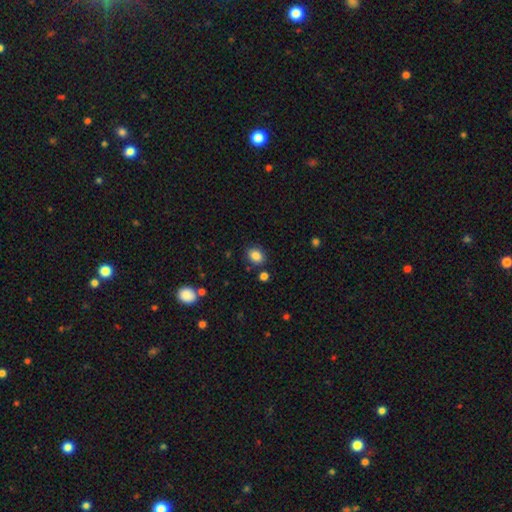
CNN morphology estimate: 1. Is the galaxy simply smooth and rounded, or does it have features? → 85% smooth, 10% star or artifact, 4% featured or disk.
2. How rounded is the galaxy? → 55% in between, 44% round, 1% cigar-shaped.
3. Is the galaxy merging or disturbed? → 81% none, 11% minor disturbance, 5% merger, 3% major disturbance.